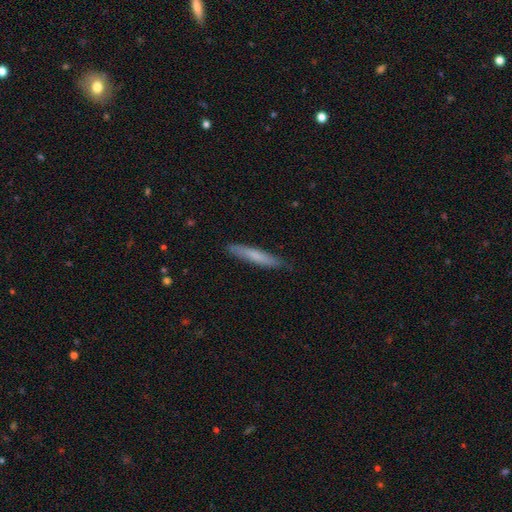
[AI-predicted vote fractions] Morphology: type=smooth (68%); roundness=cigar-shaped (94%); merging=none (85%).